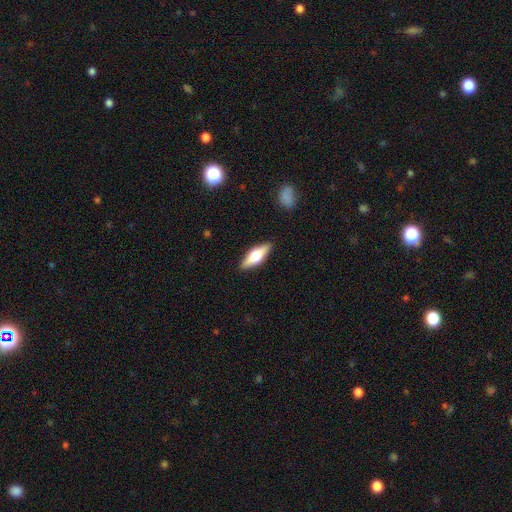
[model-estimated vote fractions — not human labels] The model was most divided on "smooth or featured": featured or disk: 50%, smooth: 44%, star or artifact: 6%. More confident: merging — none (88%).